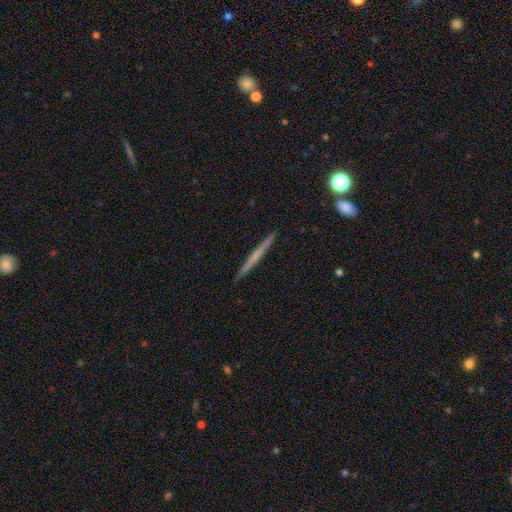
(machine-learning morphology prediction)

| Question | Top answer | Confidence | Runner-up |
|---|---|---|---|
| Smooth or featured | featured or disk | 56% | smooth (37%) |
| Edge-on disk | yes | 98% | no (2%) |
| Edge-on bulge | none | 75% | rounded (20%) |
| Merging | none | 92% | minor disturbance (6%) |